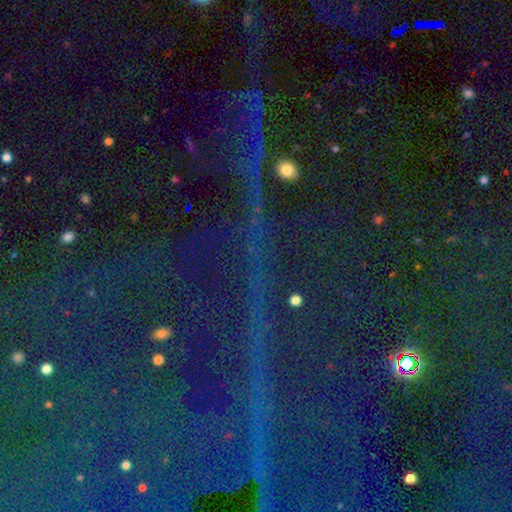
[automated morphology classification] smooth_or_featured: star or artifact (p=0.85) [alt: featured or disk p=0.08]